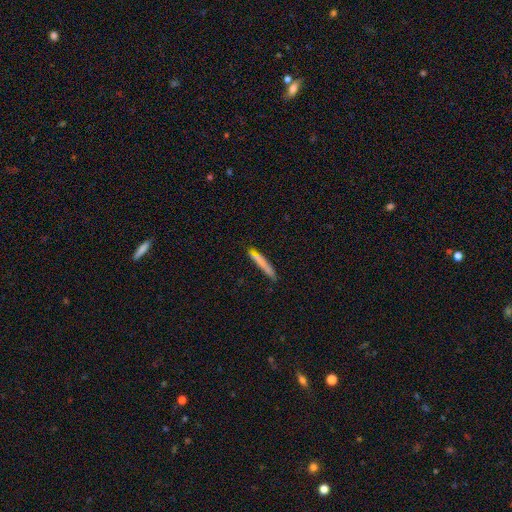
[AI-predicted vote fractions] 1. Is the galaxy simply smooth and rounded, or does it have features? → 69% smooth, 23% featured or disk, 8% star or artifact.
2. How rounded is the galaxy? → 96% cigar-shaped, 3% in between, 1% round.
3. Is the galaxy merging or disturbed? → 80% none, 15% minor disturbance, 3% major disturbance, 2% merger.